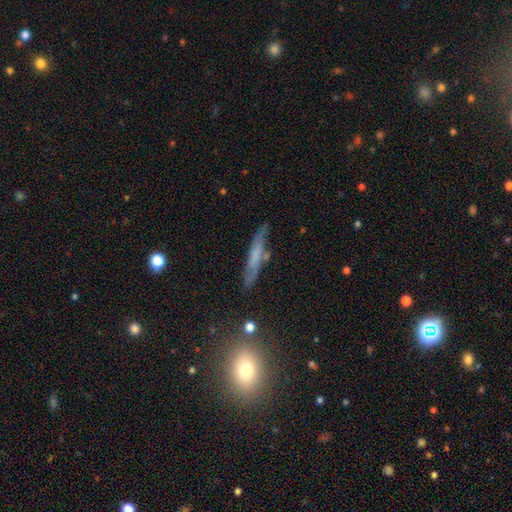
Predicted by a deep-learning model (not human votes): smooth-or-featured: smooth: 46% | featured or disk: 45% | star or artifact: 9%
  merging: none: 72% | minor disturbance: 19% | major disturbance: 5% | merger: 4%